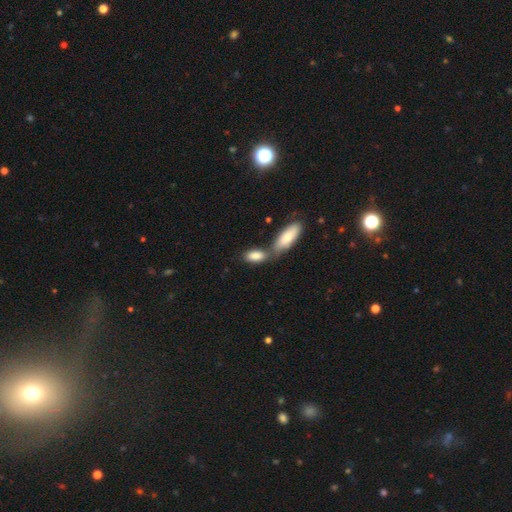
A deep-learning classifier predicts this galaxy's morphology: type=smooth (82%); roundness=in between (82%); merging=merger (46%).